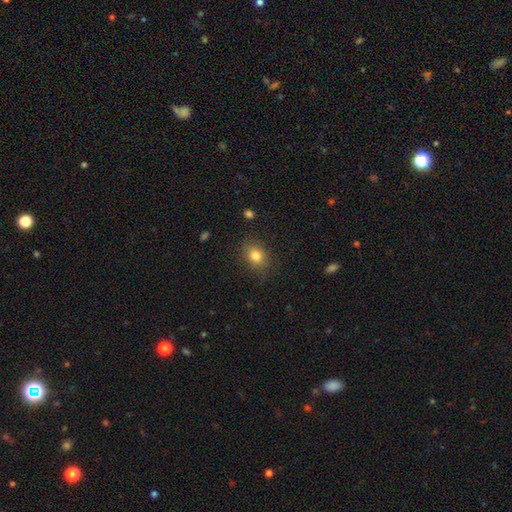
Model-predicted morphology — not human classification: Smooth or featured: smooth — 81% (star or artifact — 10%)
How rounded: in between — 58% (round — 41%)
Merging: none — 81% (minor disturbance — 14%)